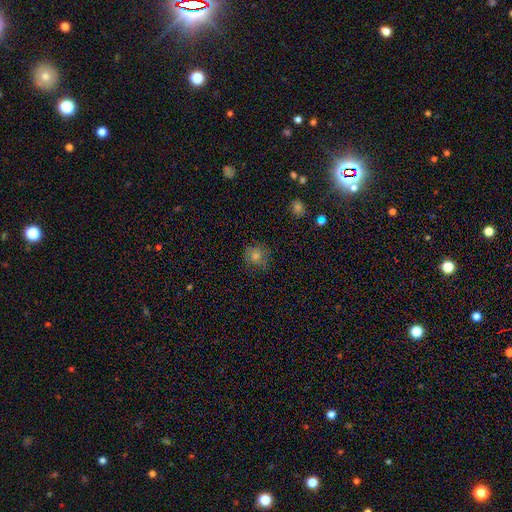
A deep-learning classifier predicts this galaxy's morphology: Smooth or featured: smooth — 56% (featured or disk — 23%)
How rounded: round — 86% (in between — 13%)
Merging: none — 79% (minor disturbance — 14%)